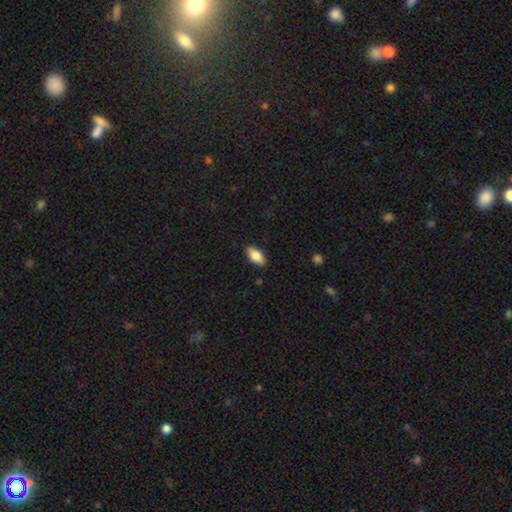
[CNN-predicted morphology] A smooth galaxy with no disk features (79%) that is in between round and cigar-shaped (90%). Merging: none (88%).